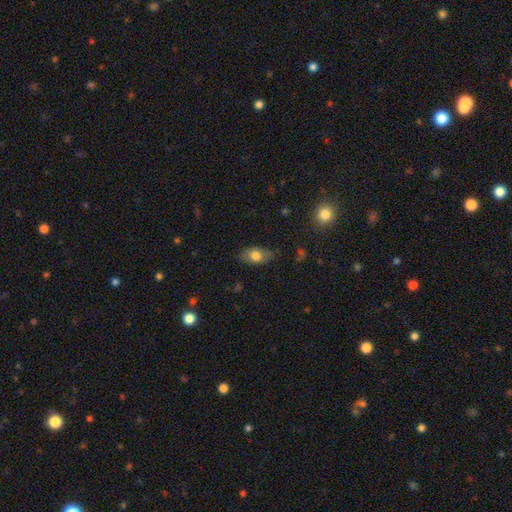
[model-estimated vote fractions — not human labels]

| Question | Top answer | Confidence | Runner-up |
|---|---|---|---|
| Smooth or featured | smooth | 74% | featured or disk (19%) |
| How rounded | in between | 89% | round (8%) |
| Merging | none | 77% | minor disturbance (17%) |